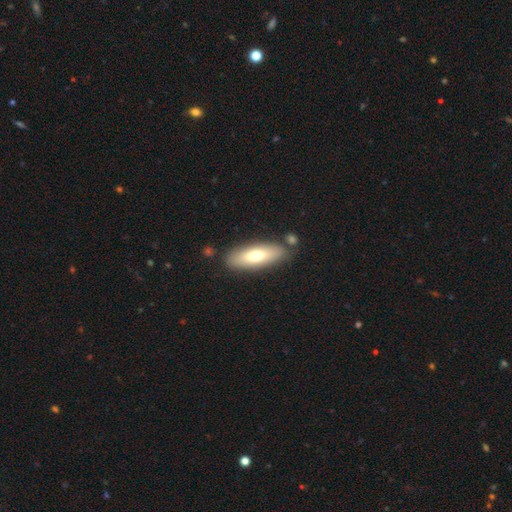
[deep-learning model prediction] smooth-or-featured: smooth: 68% | featured or disk: 26% | star or artifact: 6%
  how-rounded: in between: 60% | cigar-shaped: 38% | round: 2%
  merging: none: 80% | minor disturbance: 11% | merger: 6% | major disturbance: 3%